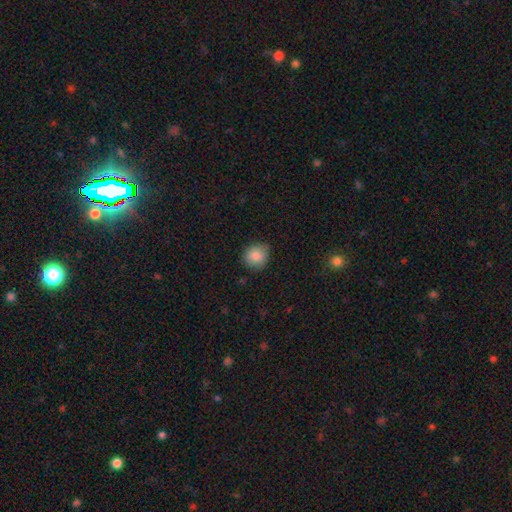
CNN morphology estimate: smooth 85%, star or artifact 9%, featured or disk 6%. Down the decision tree: how rounded — round (83%); merging — none (81%).